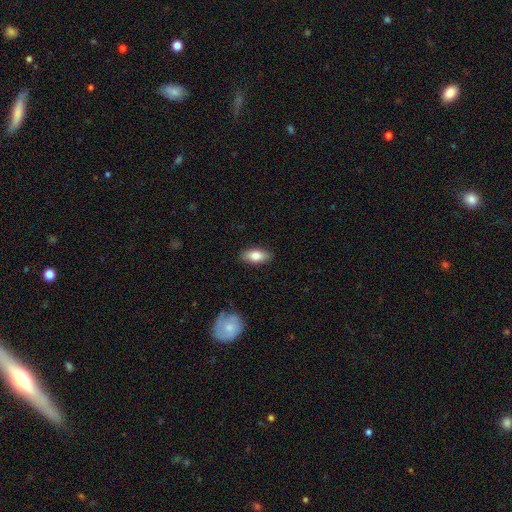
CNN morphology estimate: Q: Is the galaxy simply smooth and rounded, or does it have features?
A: smooth — 79%.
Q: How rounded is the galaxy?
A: in between — 86%.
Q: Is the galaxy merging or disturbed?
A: none — 88%.